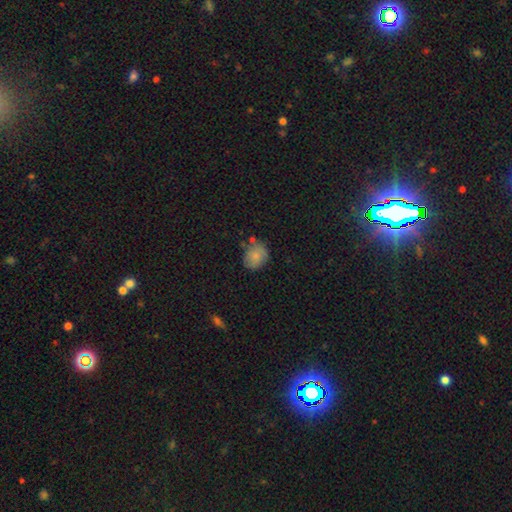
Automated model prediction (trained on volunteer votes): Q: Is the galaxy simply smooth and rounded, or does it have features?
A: smooth — 75%.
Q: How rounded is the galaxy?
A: round — 62%.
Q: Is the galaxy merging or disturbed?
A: none — 65%.